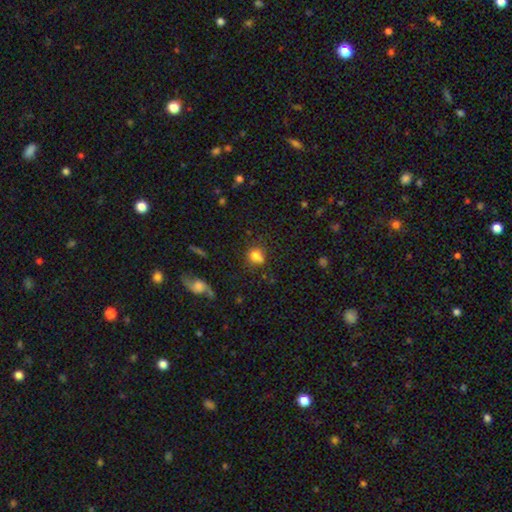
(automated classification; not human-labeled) Smooth or featured? smooth (75%)
How rounded? round (75%)
Merging? none (59%)